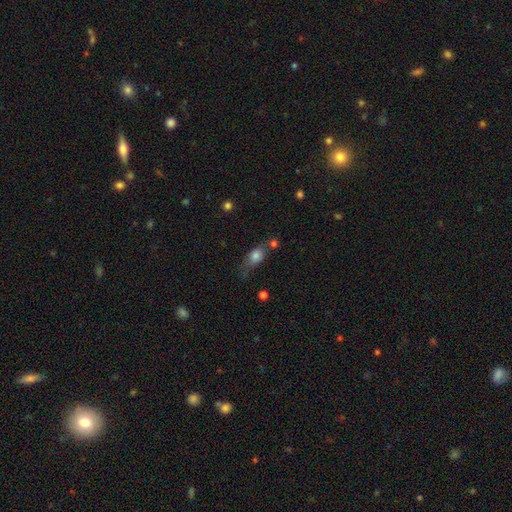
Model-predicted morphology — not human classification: This is likely a smooth galaxy (72%). How rounded: likely in between (69%). Merging: marginally none (44%).